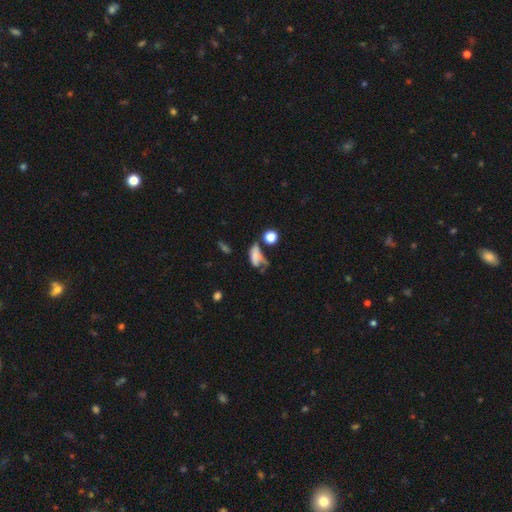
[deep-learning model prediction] smooth-or-featured: smooth: 65% | featured or disk: 22% | star or artifact: 13%
  how-rounded: in between: 79% | round: 14% | cigar-shaped: 7%
  merging: major disturbance: 36% | none: 24% | minor disturbance: 21% | merger: 19%